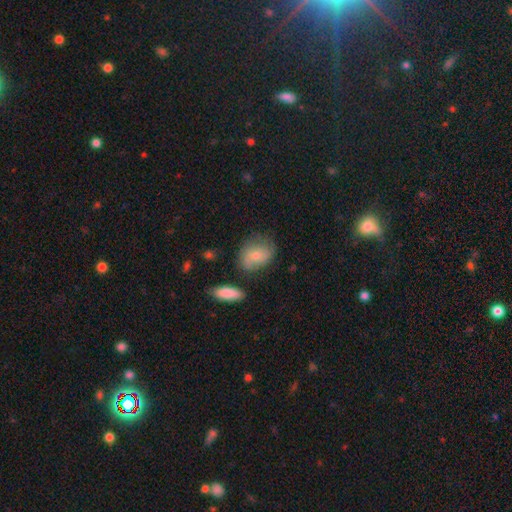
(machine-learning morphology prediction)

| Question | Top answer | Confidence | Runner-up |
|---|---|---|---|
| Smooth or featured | smooth | 66% | featured or disk (27%) |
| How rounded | in between | 61% | round (37%) |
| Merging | none | 60% | minor disturbance (26%) |